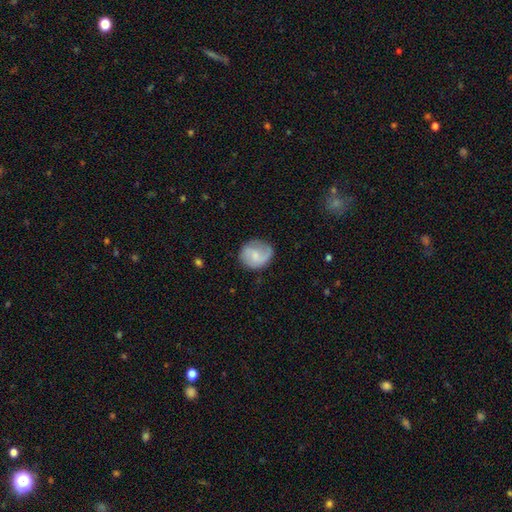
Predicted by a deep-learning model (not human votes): A smooth galaxy with no disk features (49%). Merging: none (68%).